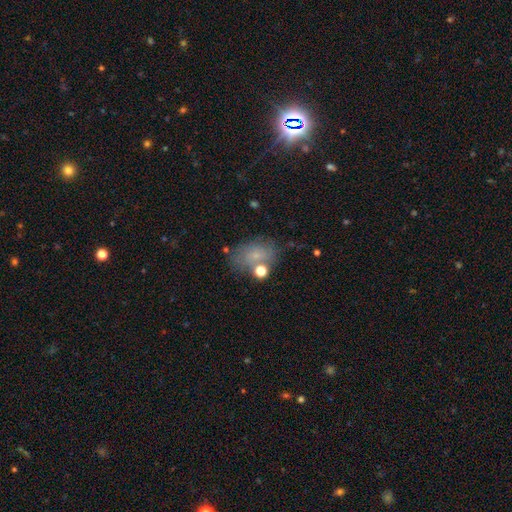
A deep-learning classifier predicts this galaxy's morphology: A smooth galaxy with no disk features (63%) that is in between round and cigar-shaped (74%).

Vote fractions:
- Smooth or featured? smooth: 63% / featured or disk: 20% / star or artifact: 18%
- How rounded? in between: 74% / round: 25% / cigar-shaped: 2%
- Merging? none: 56% / minor disturbance: 22% / merger: 11% / major disturbance: 11%